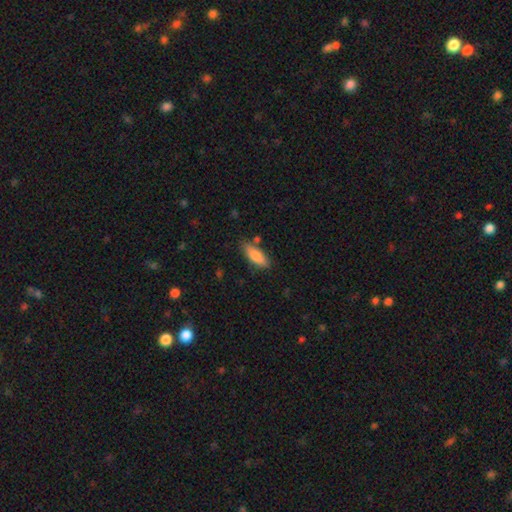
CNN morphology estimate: Smooth or featured? smooth (78%)
How rounded? in between (65%)
Merging? none (77%)